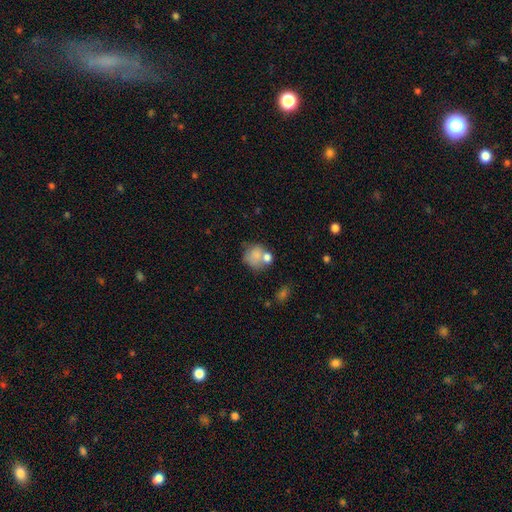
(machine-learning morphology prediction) This appears to be a smooth galaxy with no disk features (73%) that is round (68%). Merging: none (38%).